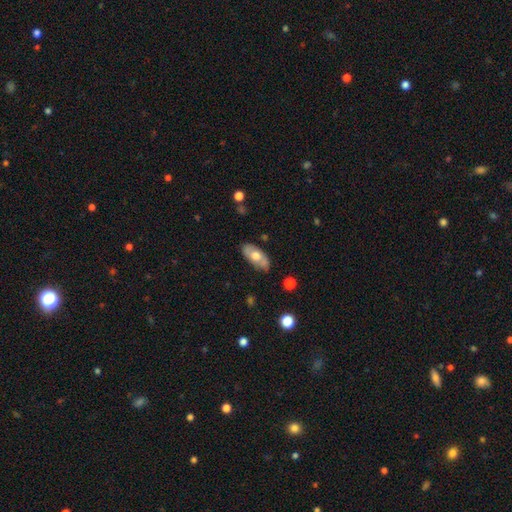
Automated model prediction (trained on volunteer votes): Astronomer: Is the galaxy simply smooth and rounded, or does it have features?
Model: smooth — 56% (runner-up: featured or disk, 39%).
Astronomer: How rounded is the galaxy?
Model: in between — 90%.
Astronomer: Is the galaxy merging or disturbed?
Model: none — 78%.